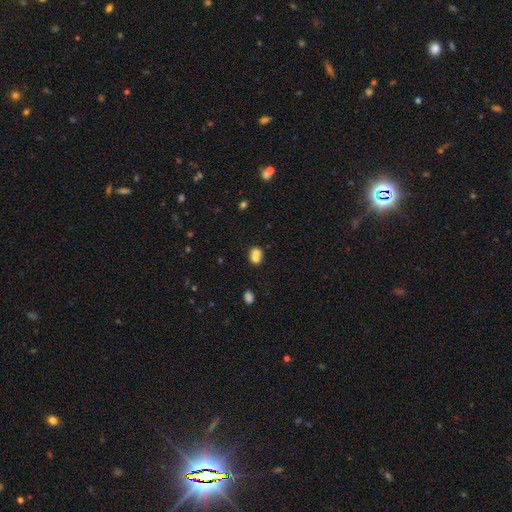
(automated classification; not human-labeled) A smooth galaxy with no disk features (69%) that is round (66%).

Vote fractions:
- Smooth or featured? smooth: 69% / featured or disk: 19% / star or artifact: 12%
- How rounded? round: 66% / in between: 33% / cigar-shaped: 1%
- Merging? merger: 61% / none: 29% / minor disturbance: 7% / major disturbance: 3%